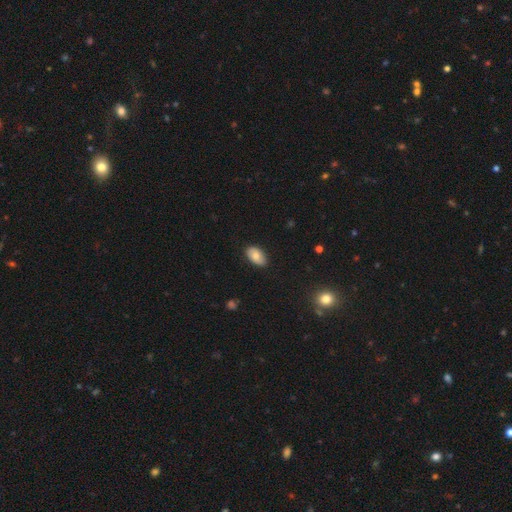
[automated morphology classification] Smooth or featured? smooth (76%)
How rounded? in between (93%)
Merging? none (83%)